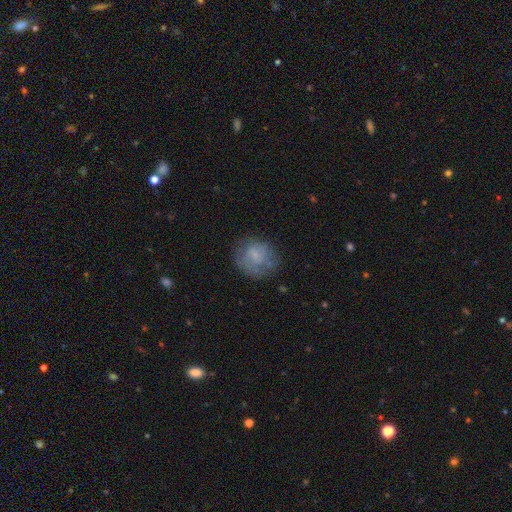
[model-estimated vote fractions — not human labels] Q: Smooth or featured?
A: smooth (62%); runner-up: featured or disk (28%)
Q: How rounded?
A: round (76%); runner-up: in between (23%)
Q: Merging?
A: none (63%); runner-up: minor disturbance (21%)